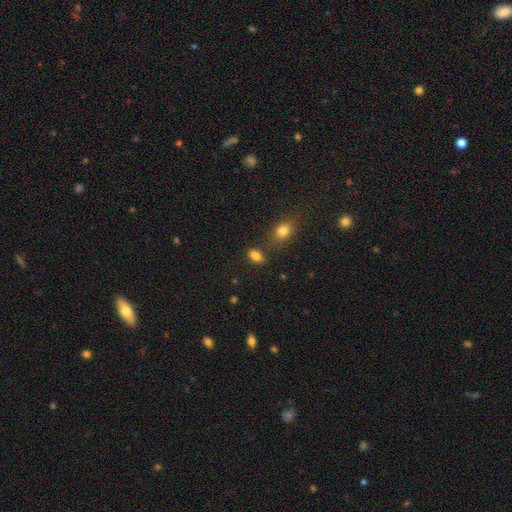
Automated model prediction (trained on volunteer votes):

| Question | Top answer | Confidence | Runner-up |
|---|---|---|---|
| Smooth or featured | smooth | 83% | star or artifact (11%) |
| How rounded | in between | 86% | round (12%) |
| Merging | none | 68% | minor disturbance (15%) |